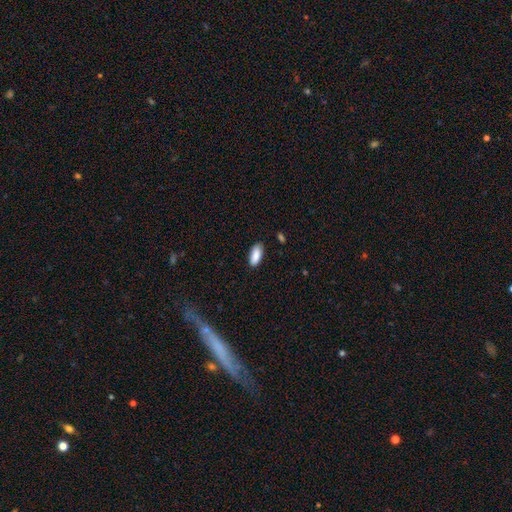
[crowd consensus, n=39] smooth 92%, star or artifact 5%, featured or disk 3%. Down the decision tree: how rounded — in between (83%); merging — none (76%).